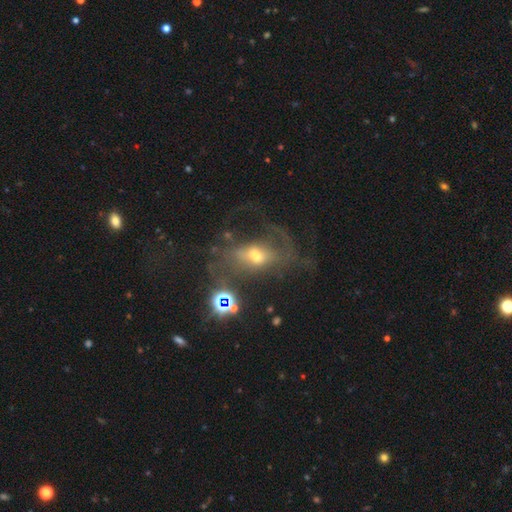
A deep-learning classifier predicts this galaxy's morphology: This appears to be a featured or disk galaxy (56%) with no bar (53%), spiral arms (56%) and a moderate central bulge (55%). Merging: major disturbance (44%).